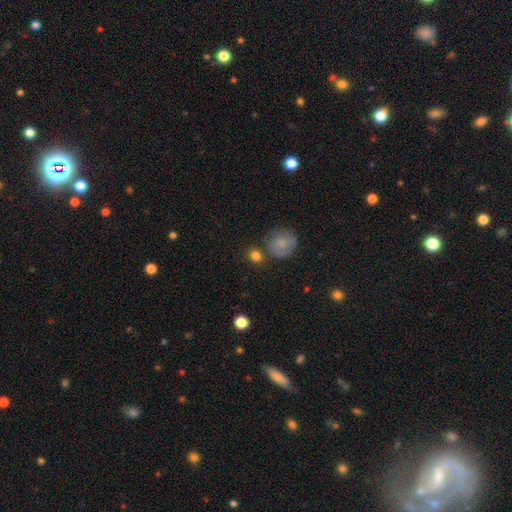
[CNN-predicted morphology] This appears to be a smooth galaxy with no disk features (82%) that is round (83%). Merging: none (69%).